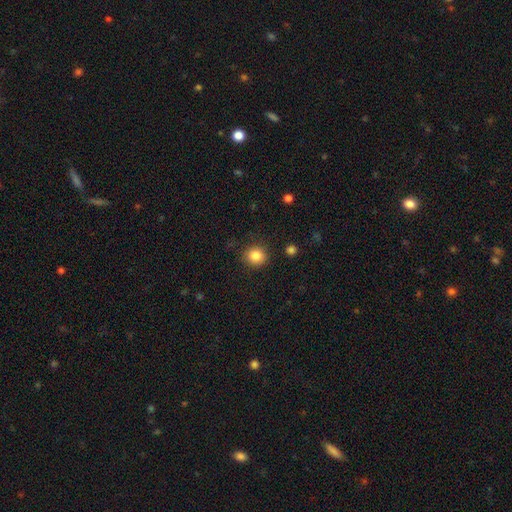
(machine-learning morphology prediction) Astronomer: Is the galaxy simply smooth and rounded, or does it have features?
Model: smooth — 85%.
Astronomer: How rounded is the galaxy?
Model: round — 88%.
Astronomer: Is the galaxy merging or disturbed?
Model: none — 88%.